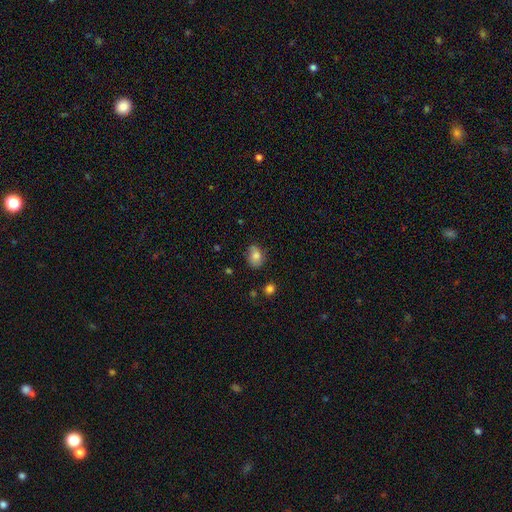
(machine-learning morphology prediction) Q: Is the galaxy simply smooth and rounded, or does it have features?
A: smooth — 77%.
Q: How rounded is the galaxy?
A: in between — 61%.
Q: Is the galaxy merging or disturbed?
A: none — 61%.